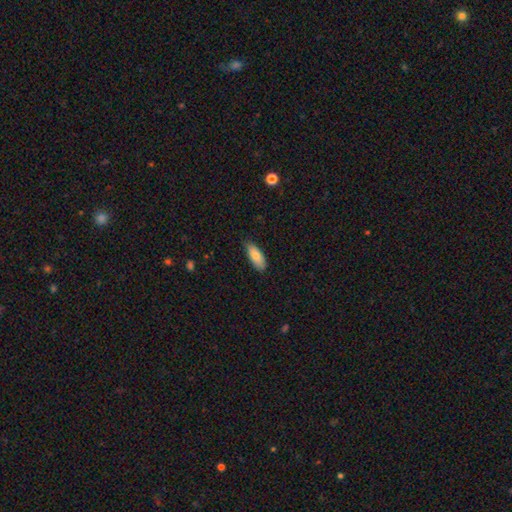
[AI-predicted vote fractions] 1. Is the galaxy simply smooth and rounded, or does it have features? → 83% smooth, 11% featured or disk, 6% star or artifact.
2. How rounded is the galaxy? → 78% in between, 20% cigar-shaped, 2% round.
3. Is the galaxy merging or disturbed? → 79% none, 18% minor disturbance, 2% major disturbance, 1% merger.